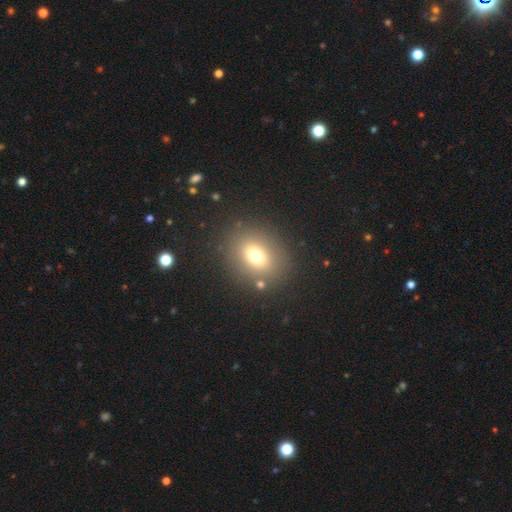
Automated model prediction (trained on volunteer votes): Overall: smooth (71%). How rounded: round (62%; in between 36%). Merging: none (82%).